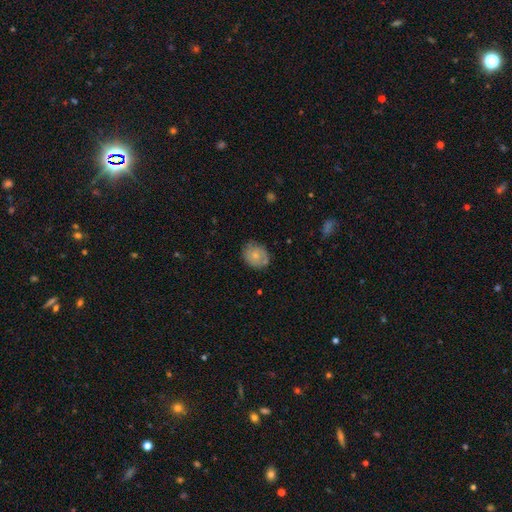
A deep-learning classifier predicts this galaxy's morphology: A smooth galaxy with no disk features (61%) that is round (69%).

Vote fractions:
- Smooth or featured? smooth: 61% / featured or disk: 32% / star or artifact: 7%
- How rounded? round: 69% / in between: 30% / cigar-shaped: 1%
- Merging? none: 72% / minor disturbance: 21% / major disturbance: 5% / merger: 2%